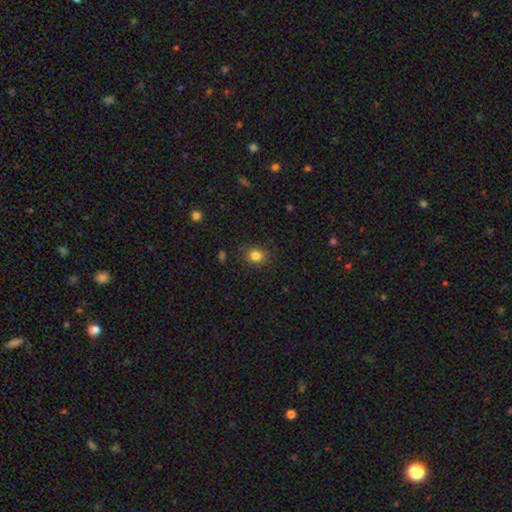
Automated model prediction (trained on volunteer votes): Smooth or featured? smooth (82%)
How rounded? round (66%)
Merging? none (84%)